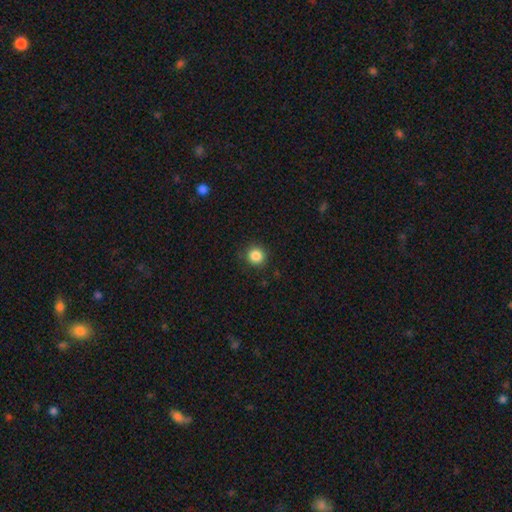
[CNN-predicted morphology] smooth_or_featured: smooth (p=0.85) [alt: star or artifact p=0.11]
how_rounded: round (p=0.93) [alt: in between p=0.06]
merging: none (p=0.89) [alt: minor disturbance p=0.08]